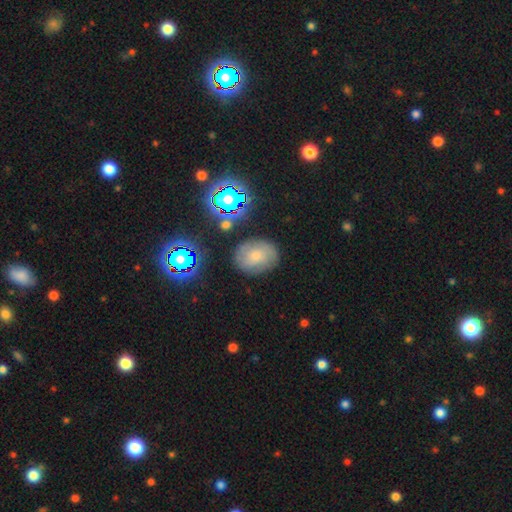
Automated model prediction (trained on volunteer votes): Smooth or featured? Predicted: smooth (p=0.49). Merging? Predicted: none (p=0.77).